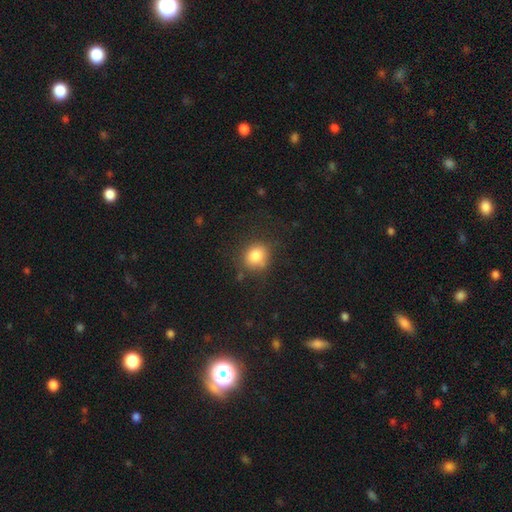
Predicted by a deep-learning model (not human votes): This appears to be a smooth galaxy with no disk features (82%) that is round (77%). Merging: none (75%).